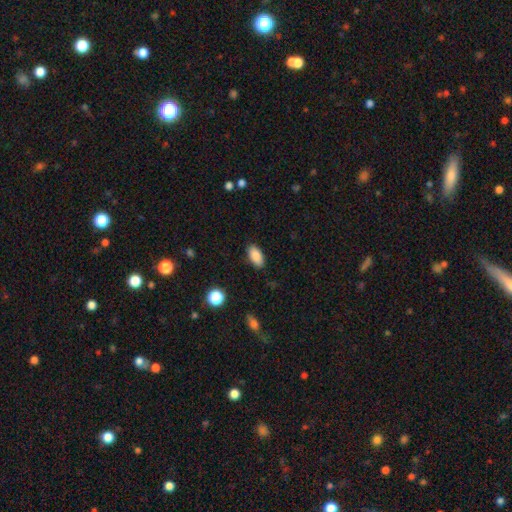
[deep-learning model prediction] The model was most divided on "merging": none: 87%, minor disturbance: 10%, major disturbance: 2%, merger: 1%. More confident: how rounded — in between (93%); smooth or featured — smooth (88%).